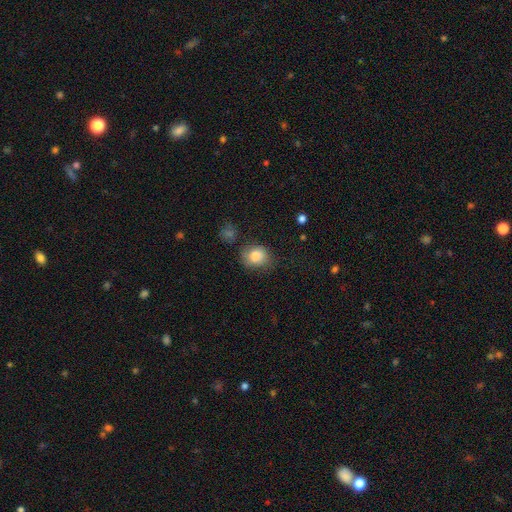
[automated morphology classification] Smooth or featured?
  - smooth: 84% *
  - star or artifact: 9%
  - featured or disk: 7%
How rounded?
  - round: 61% *
  - in between: 38%
  - cigar-shaped: 1%
Merging?
  - none: 67% *
  - minor disturbance: 22%
  - major disturbance: 7%
  - merger: 5%